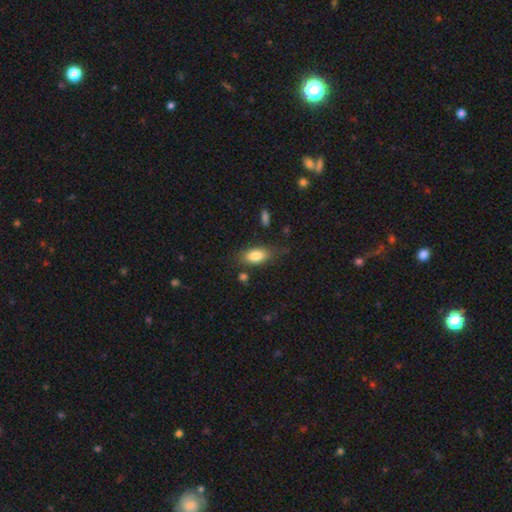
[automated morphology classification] This is clearly a smooth galaxy (83%). How rounded: clearly in between (88%). Merging: likely none (71%).